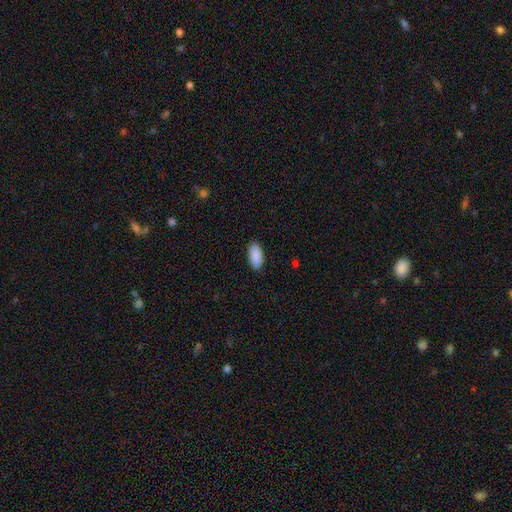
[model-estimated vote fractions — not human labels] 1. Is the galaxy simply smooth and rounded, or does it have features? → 91% smooth, 6% star or artifact, 3% featured or disk.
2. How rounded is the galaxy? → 92% in between, 6% cigar-shaped, 2% round.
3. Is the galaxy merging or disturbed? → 90% none, 7% minor disturbance, 2% major disturbance, 1% merger.